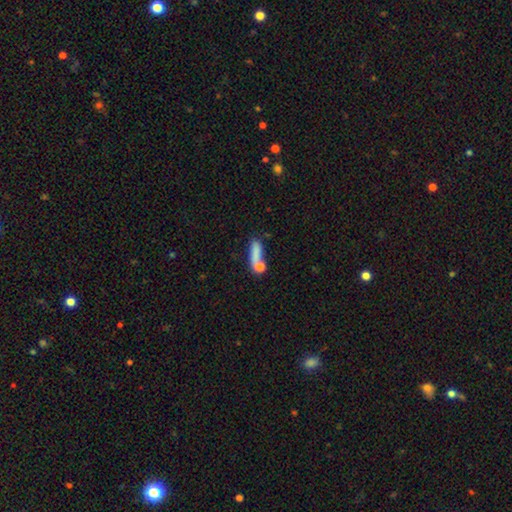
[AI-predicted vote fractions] This appears to be a smooth galaxy with no disk features (75%) that is cigar-shaped (48%). Merging: none (44%).